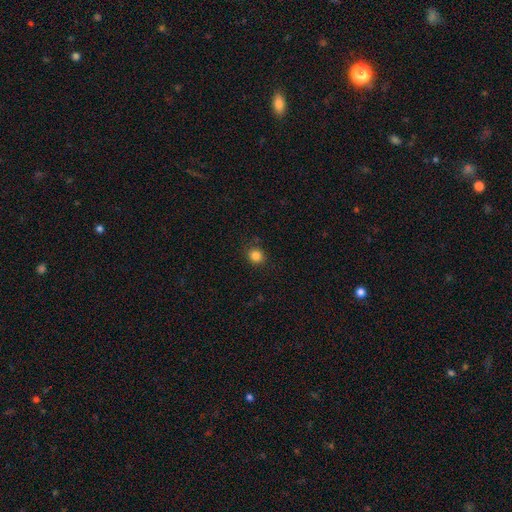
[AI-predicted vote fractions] smooth-or-featured: smooth: 84% | star or artifact: 12% | featured or disk: 4%
  how-rounded: round: 83% | in between: 16% | cigar-shaped: 1%
  merging: none: 85% | minor disturbance: 10% | major disturbance: 3% | merger: 1%